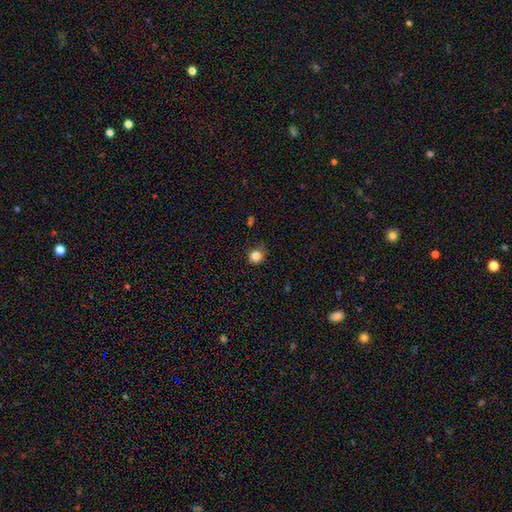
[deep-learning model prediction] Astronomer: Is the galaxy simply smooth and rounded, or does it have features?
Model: smooth — 83%.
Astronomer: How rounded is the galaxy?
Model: round — 89%.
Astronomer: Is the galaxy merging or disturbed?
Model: none — 81%.